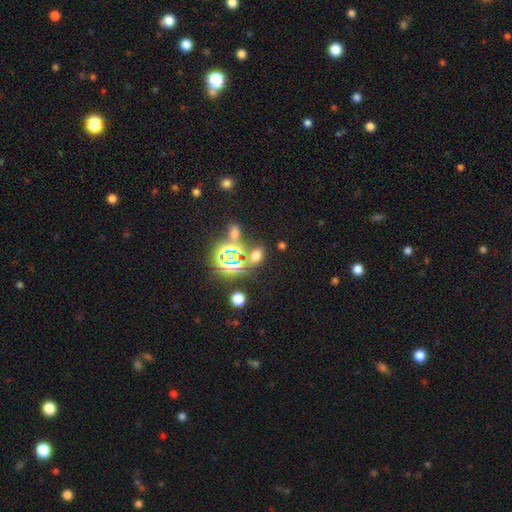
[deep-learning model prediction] A smooth galaxy with no disk features (51%) that is in between round and cigar-shaped (68%). Merging: none (72%).